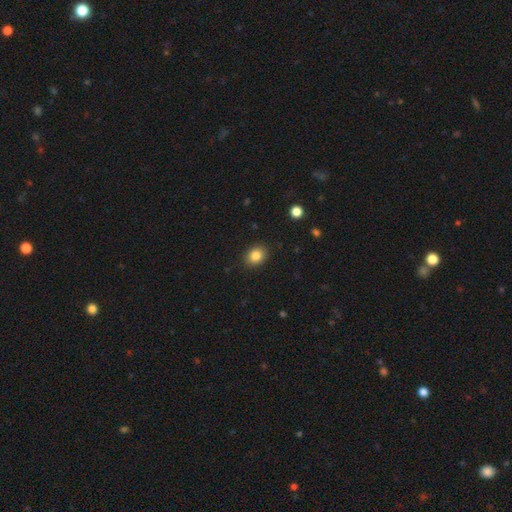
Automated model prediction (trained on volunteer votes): The model was most divided on "how rounded": in between: 51%, round: 48%, cigar-shaped: 1%. More confident: merging — none (88%); smooth or featured — smooth (85%).